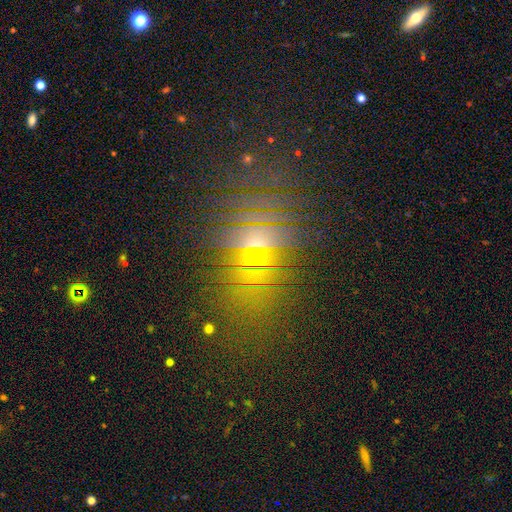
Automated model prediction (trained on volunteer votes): Smooth or featured?
  - star or artifact: 49% *
  - smooth: 31%
  - featured or disk: 20%